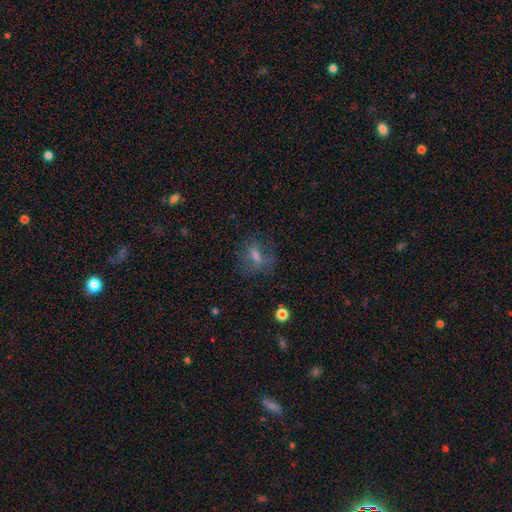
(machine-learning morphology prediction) Q: Smooth or featured?
A: smooth (49%); runner-up: featured or disk (31%)
Q: Merging?
A: none (64%); runner-up: minor disturbance (18%)